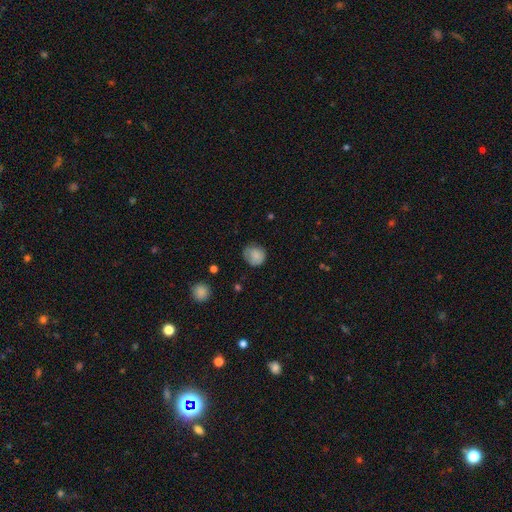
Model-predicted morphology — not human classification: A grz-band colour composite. It shows a smooth galaxy with no disk features (80%) that is round (82%). Merging: none (68%).